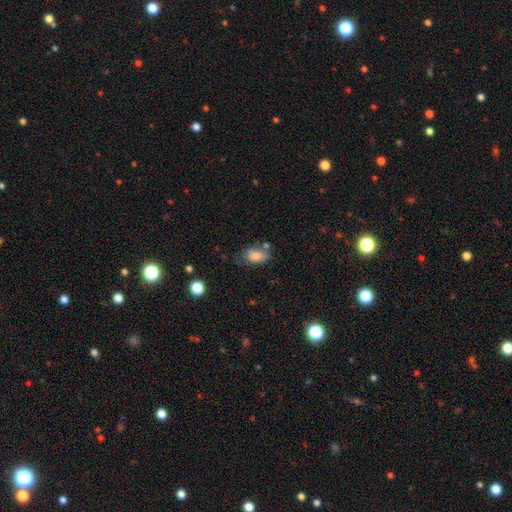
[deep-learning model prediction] Smooth or featured: smooth — 78% (featured or disk — 13%)
How rounded: in between — 88% (round — 8%)
Merging: none — 48% (minor disturbance — 29%)